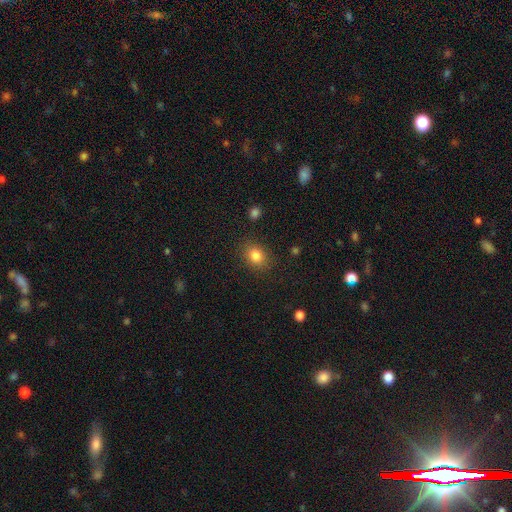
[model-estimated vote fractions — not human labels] The model was most divided on "how rounded": in between: 53%, round: 46%, cigar-shaped: 1%. More confident: merging — none (85%); smooth or featured — smooth (83%).